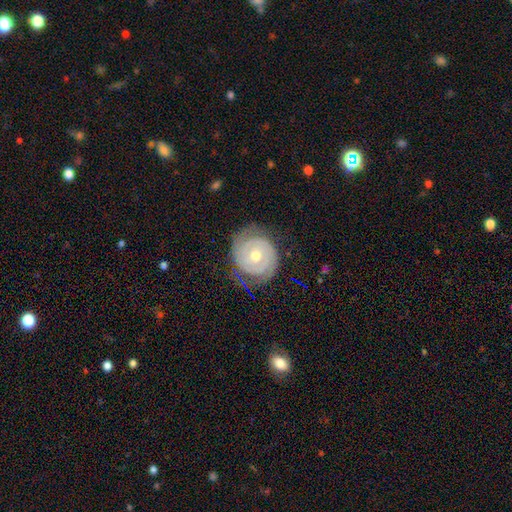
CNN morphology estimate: featured or disk 85%, smooth 10%, star or artifact 5%. Down the decision tree: edge-on disk — no (97%); bar — no (72%); spiral arms — yes (94%); spiral arm count — 2 (75%); spiral winding — tight (80%); bulge size — moderate (69%); merging — none (78%).